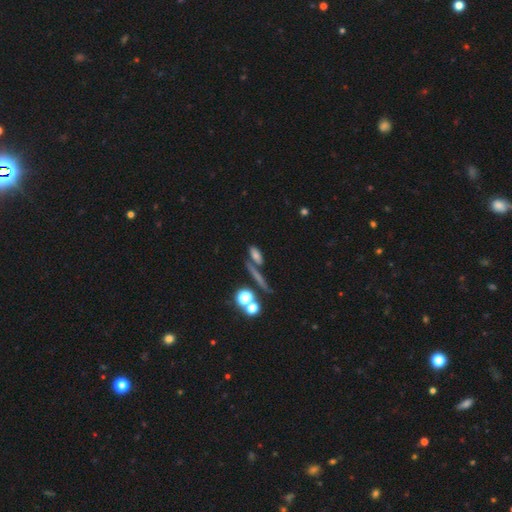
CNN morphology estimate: A smooth galaxy with no disk features (66%) that is in between round and cigar-shaped (52%).

Vote fractions:
- Smooth or featured? smooth: 66% / featured or disk: 17% / star or artifact: 17%
- How rounded? in between: 52% / cigar-shaped: 34% / round: 14%
- Merging? none: 58% / merger: 23% / minor disturbance: 12% / major disturbance: 7%